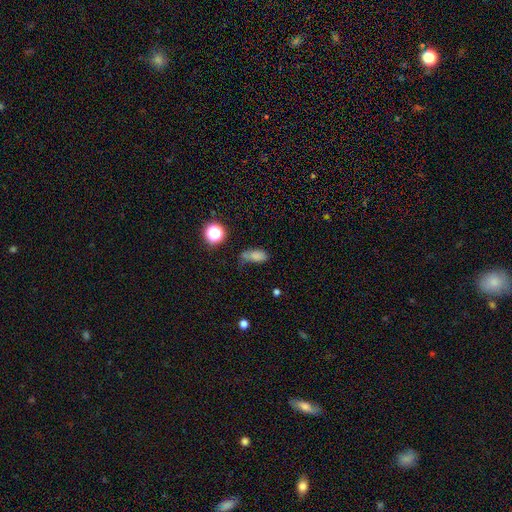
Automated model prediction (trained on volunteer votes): This is likely a smooth galaxy (74%). How rounded: clearly in between (81%). Merging: marginally none (39%).